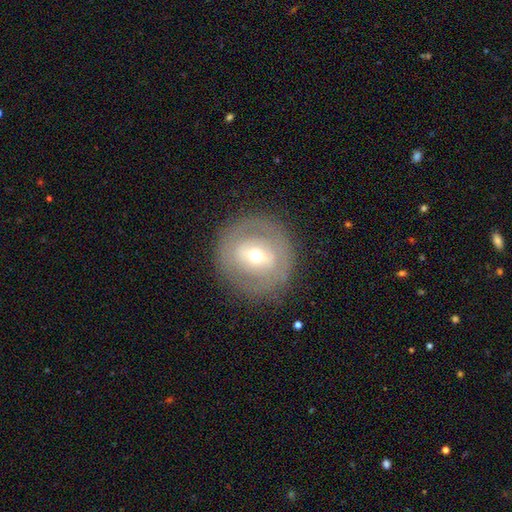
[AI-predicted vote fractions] Overall: featured or disk (56%; smooth 36%). Edge-on disk: no (94%). Bar: weak (39%; no 38%). Spiral arms: no (72%). Bulge size: moderate (59%; small 34%). Merging: none (83%).